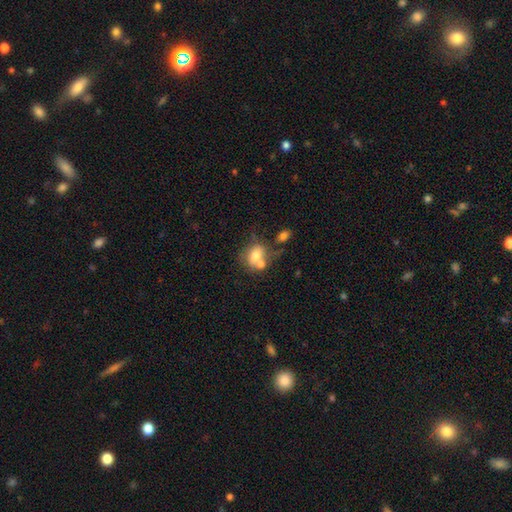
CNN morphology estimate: Smooth or featured?
  - smooth: 68% *
  - featured or disk: 22%
  - star or artifact: 10%
How rounded?
  - in between: 51% *
  - round: 48%
  - cigar-shaped: 2%
Merging?
  - merger: 39% *
  - none: 38%
  - minor disturbance: 14%
  - major disturbance: 8%